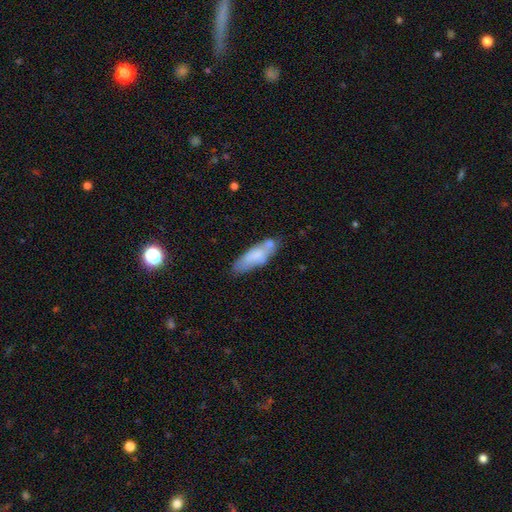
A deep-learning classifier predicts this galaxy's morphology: Smooth or featured? Predicted: smooth (p=0.70). How rounded? Predicted: in between (p=0.55). Merging? Predicted: none (p=0.51).